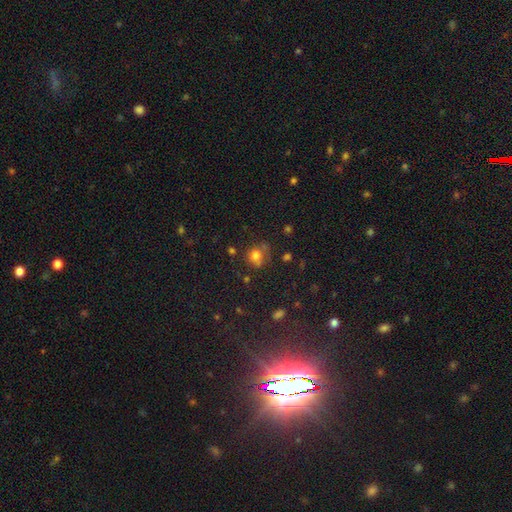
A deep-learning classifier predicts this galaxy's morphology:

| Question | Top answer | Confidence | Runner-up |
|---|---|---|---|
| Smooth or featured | smooth | 74% | star or artifact (16%) |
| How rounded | round | 80% | in between (19%) |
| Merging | none | 59% | minor disturbance (21%) |